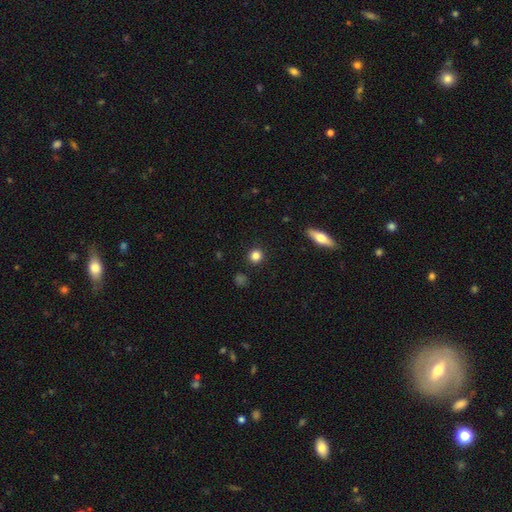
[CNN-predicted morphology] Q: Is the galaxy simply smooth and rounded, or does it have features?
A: smooth — 84%.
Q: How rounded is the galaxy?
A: round — 91%.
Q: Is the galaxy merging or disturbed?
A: none — 91%.